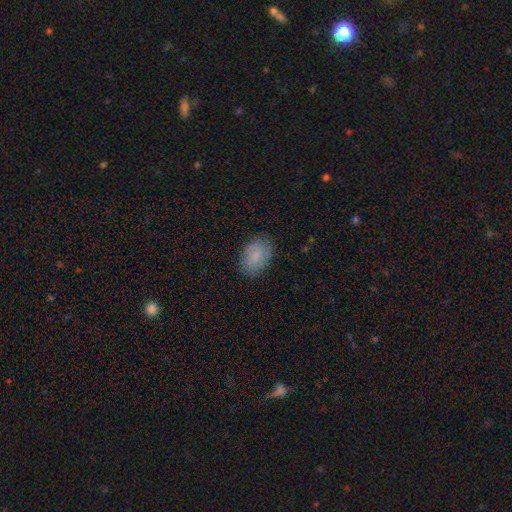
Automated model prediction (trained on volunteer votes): smooth_or_featured: smooth (p=0.81) [alt: featured or disk p=0.12]
how_rounded: in between (p=0.78) [alt: round p=0.21]
merging: none (p=0.83) [alt: minor disturbance p=0.13]